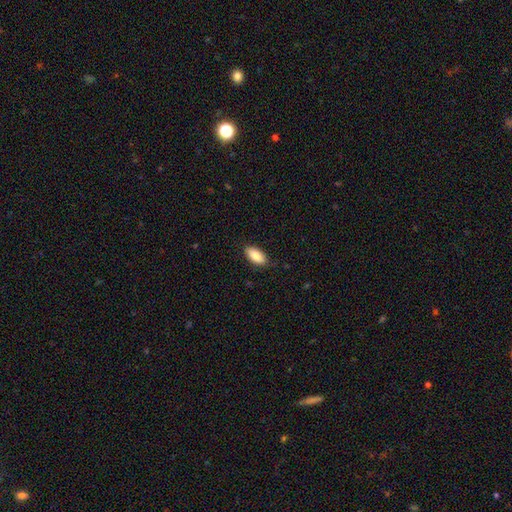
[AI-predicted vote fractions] Smooth or featured? Predicted: smooth (p=0.88). How rounded? Predicted: in between (p=0.91). Merging? Predicted: none (p=0.86).